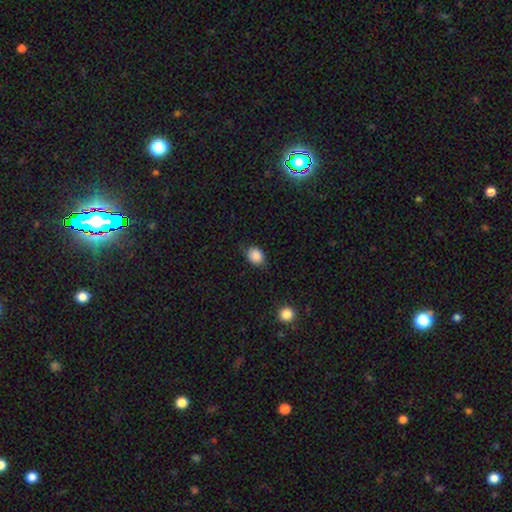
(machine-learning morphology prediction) This is clearly a smooth galaxy (87%). How rounded: possibly in between (53%). Merging: likely none (75%).